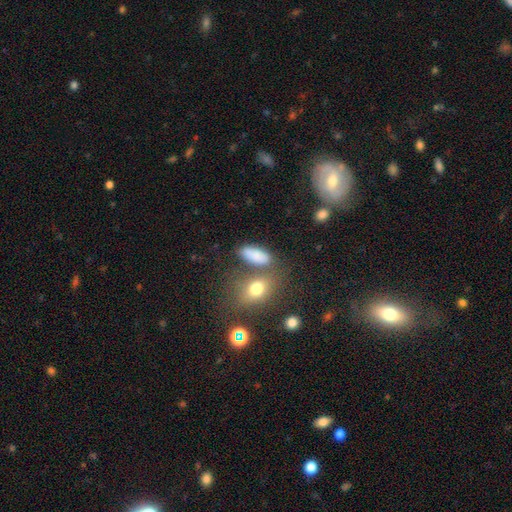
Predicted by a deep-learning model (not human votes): Overall: smooth (81%). How rounded: in between (82%). Merging: none (62%).